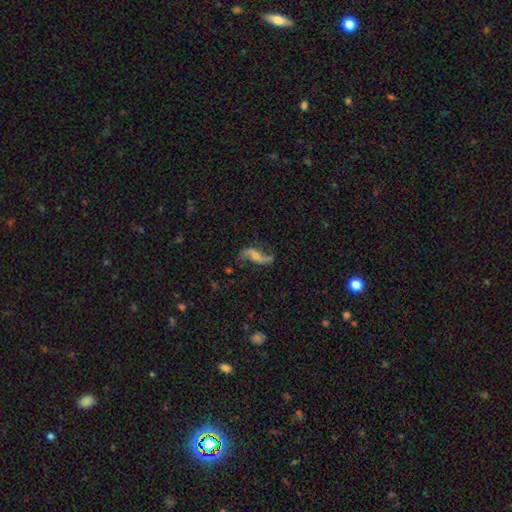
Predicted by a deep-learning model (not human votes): A featured or disk galaxy (80%) with no bar (52%), 2 (92%) loose (89%) spiral arms (93%) and a small central bulge (46%).

Vote fractions:
- Smooth or featured? featured or disk: 80% / smooth: 12% / star or artifact: 7%
- Edge-on disk? no: 92% / yes: 8%
- Bar? no: 52% / weak: 31% / strong: 17%
- Spiral arms? yes: 93% / no: 7%
- Spiral winding? loose: 89% / medium: 8% / tight: 3%
- Spiral arm count? 2: 92% / 1: 3% / can't tell: 2% / 3: 1% / 4: 1% / more than 4: 1%
- Bulge size? small: 46% / moderate: 41% / none: 8% / large: 4% / dominant: 1%
- Merging? none: 72% / minor disturbance: 17% / major disturbance: 8% / merger: 3%